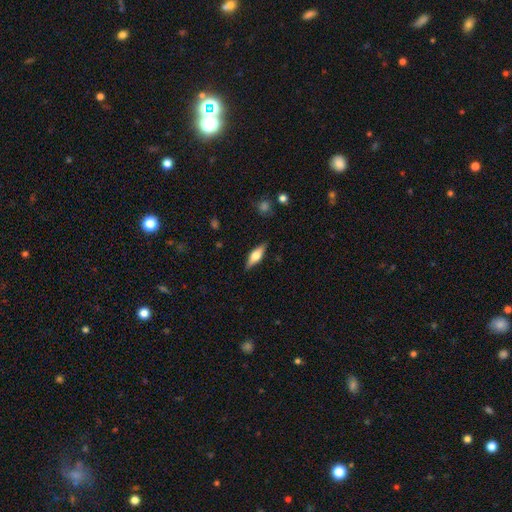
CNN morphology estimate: Smooth or featured?
  - smooth: 48% *
  - featured or disk: 45%
  - star or artifact: 6%
Merging?
  - none: 86% *
  - minor disturbance: 10%
  - major disturbance: 2%
  - merger: 1%